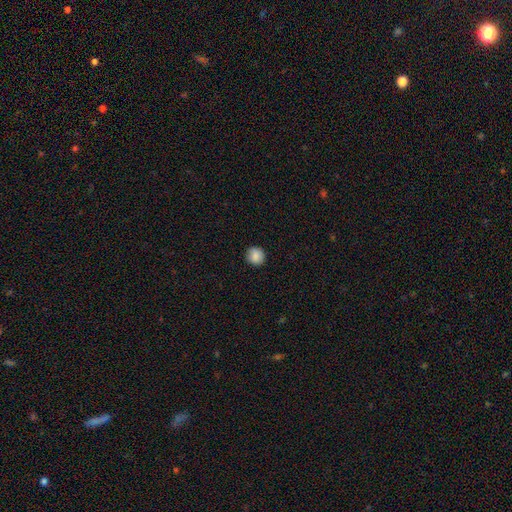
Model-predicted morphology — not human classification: smooth_or_featured: smooth (p=0.87) [alt: star or artifact p=0.09]
how_rounded: round (p=0.93) [alt: in between p=0.06]
merging: none (p=0.90) [alt: minor disturbance p=0.07]